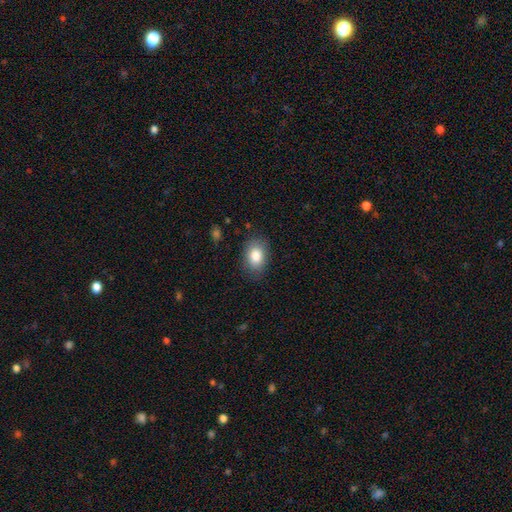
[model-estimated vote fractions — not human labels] Smooth or featured: smooth — 84% (featured or disk — 8%)
How rounded: in between — 80% (round — 19%)
Merging: none — 83% (minor disturbance — 13%)